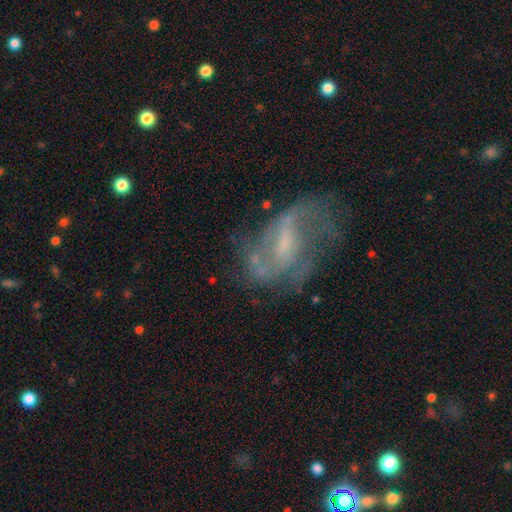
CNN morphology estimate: smooth-or-featured: featured or disk: 73% | star or artifact: 15% | smooth: 13%
  disk-edge-on: no: 95% | yes: 5%
    bar: weak: 49% | no: 29% | strong: 23%
    has-spiral-arms: yes: 83% | no: 17%
      spiral-winding: loose: 45% | medium: 38% | tight: 16%
      spiral-arm-count: 2: 54% | can't tell: 25% | 3: 9% | 1: 6% | 4: 4% | more than 4: 3%
    bulge-size: small: 49% | moderate: 24% | none: 23% | large: 3% | dominant: 1%
  merging: none: 58% | major disturbance: 20% | minor disturbance: 19% | merger: 3%